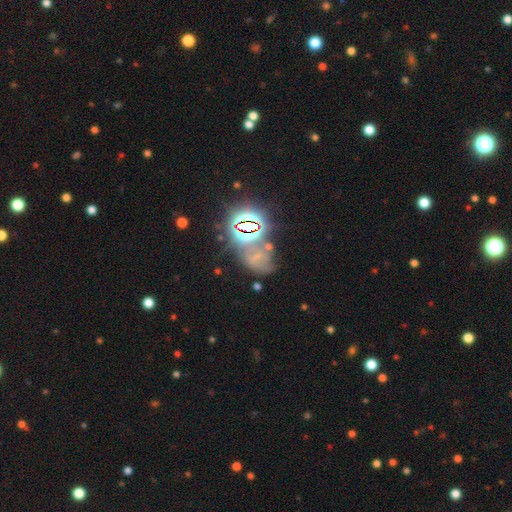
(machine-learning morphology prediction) Smooth or featured? Predicted: star or artifact (p=0.53).